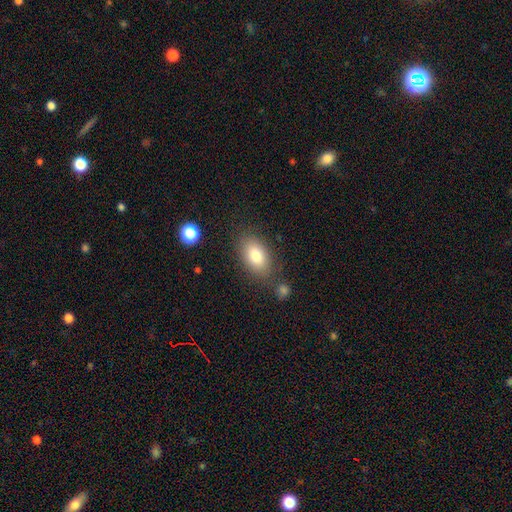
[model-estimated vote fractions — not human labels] This appears to be a smooth galaxy with no disk features (81%) that is in between round and cigar-shaped (90%). Merging: none (78%).